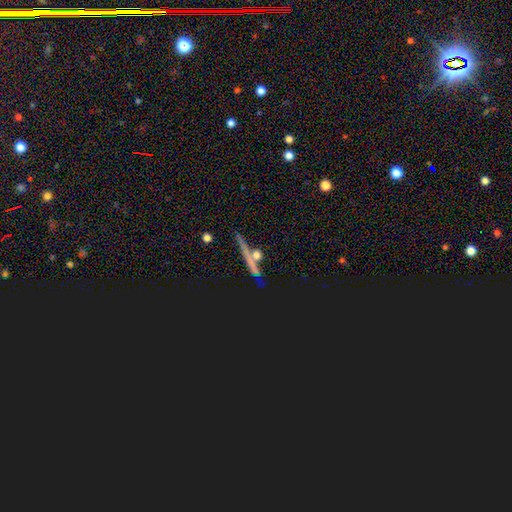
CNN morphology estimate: This appears to be a featured or disk galaxy (38%). Merging: none (67%).